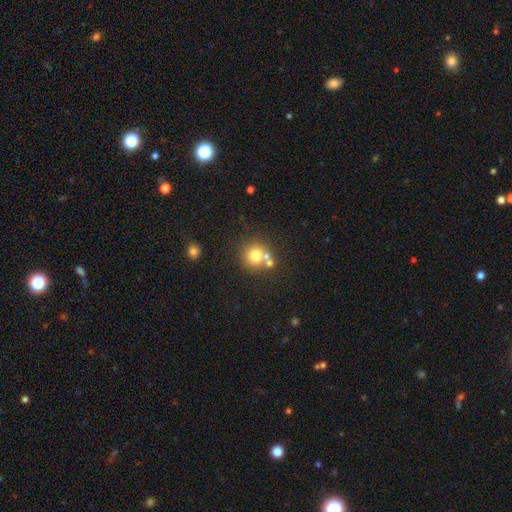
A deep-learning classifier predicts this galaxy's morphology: The model was most divided on "merging": none: 62%, merger: 26%, minor disturbance: 8%, major disturbance: 4%. More confident: how rounded — round (91%); smooth or featured — smooth (74%).